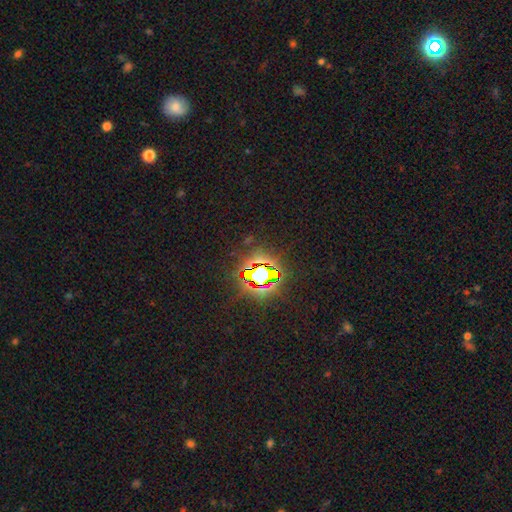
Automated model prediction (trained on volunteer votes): smooth_or_featured: star or artifact (p=0.81) [alt: smooth p=0.11]